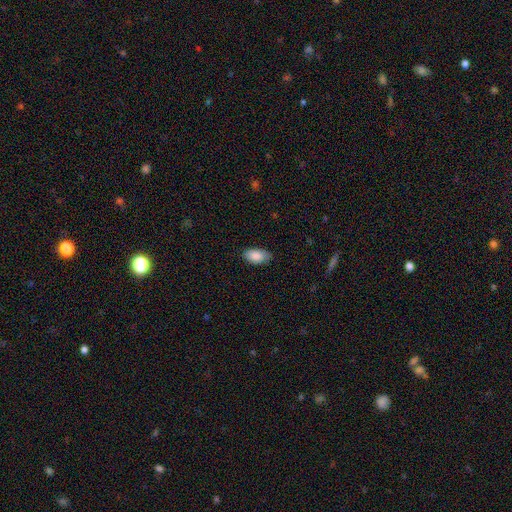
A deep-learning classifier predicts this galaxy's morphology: smooth 88%, star or artifact 6%, featured or disk 6%. Down the decision tree: how rounded — in between (94%); merging — none (78%).